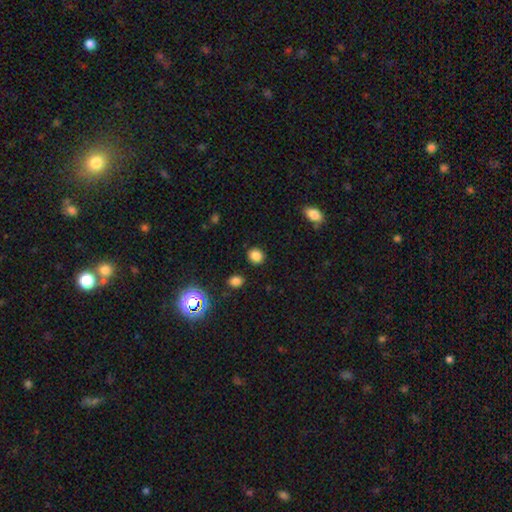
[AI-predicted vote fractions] This is clearly a smooth galaxy (83%). How rounded: likely round (70%). Merging: clearly none (88%).